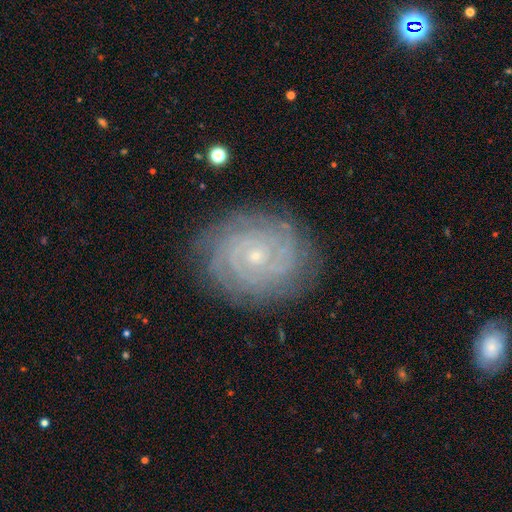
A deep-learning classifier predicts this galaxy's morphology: Smooth or featured? Predicted: featured or disk (p=0.85). Edge-on disk? Predicted: no (p=0.97). Bar? Predicted: no (p=0.79). Spiral arms? Predicted: yes (p=0.97). Spiral winding? Predicted: tight (p=0.85). Spiral arm count? Predicted: can't tell (p=0.26). Bulge size? Predicted: small (p=0.84). Merging? Predicted: none (p=0.84).